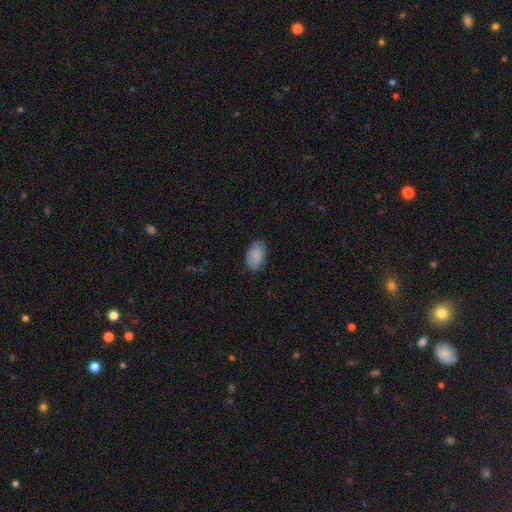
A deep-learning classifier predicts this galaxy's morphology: A smooth galaxy with no disk features (87%) that is in between round and cigar-shaped (92%). Merging: none (79%).